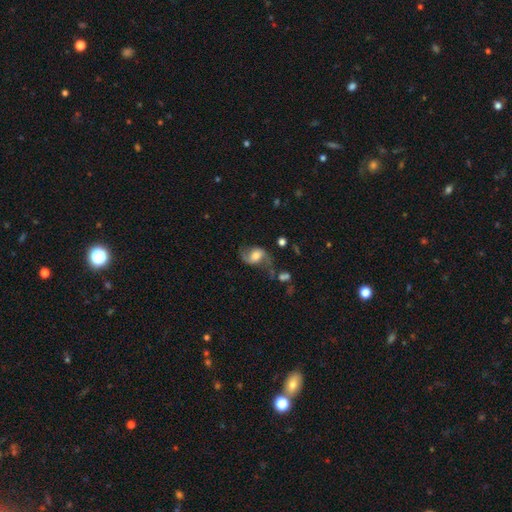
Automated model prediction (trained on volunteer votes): Q: Smooth or featured?
A: featured or disk (69%); runner-up: smooth (23%)
Q: Edge-on disk?
A: no (97%); runner-up: yes (3%)
Q: Bar?
A: no (45%); runner-up: weak (41%)
Q: Spiral arms?
A: yes (91%); runner-up: no (9%)
Q: Spiral winding?
A: loose (67%); runner-up: medium (27%)
Q: Spiral arm count?
A: 2 (86%); runner-up: 1 (8%)
Q: Bulge size?
A: moderate (51%); runner-up: large (24%)
Q: Merging?
A: none (51%); runner-up: major disturbance (20%)